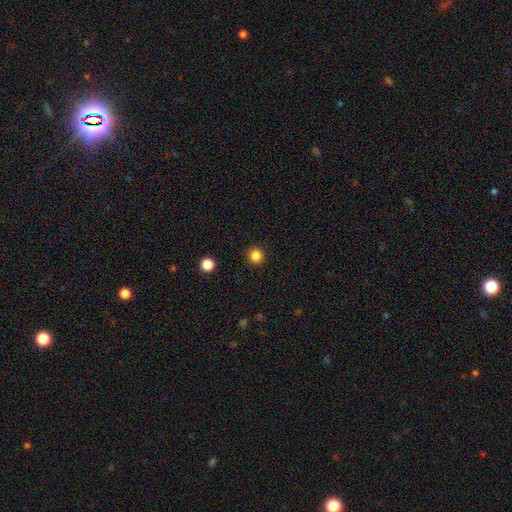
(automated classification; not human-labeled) Smooth or featured? Predicted: smooth (p=0.84). How rounded? Predicted: round (p=0.95). Merging? Predicted: none (p=0.92).